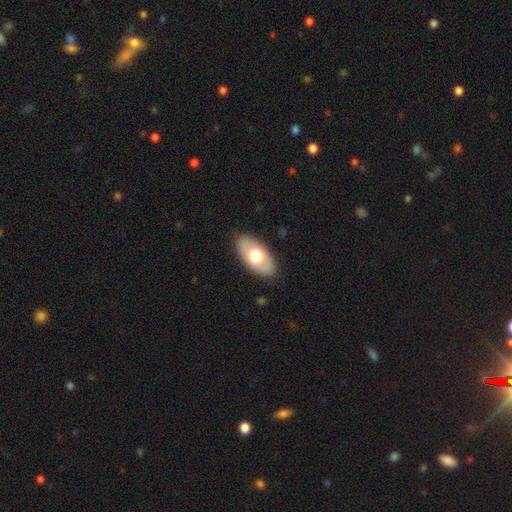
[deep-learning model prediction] Smooth or featured: smooth — 62% (featured or disk — 33%)
How rounded: in between — 93% (round — 4%)
Merging: none — 85% (minor disturbance — 11%)